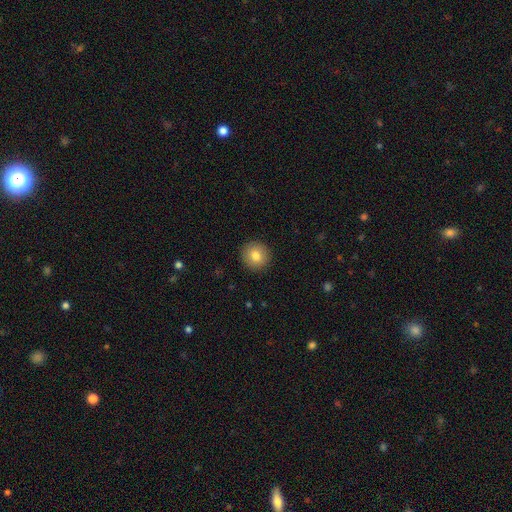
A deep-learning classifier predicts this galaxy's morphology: smooth 81%, featured or disk 10%, star or artifact 9%. Down the decision tree: how rounded — round (93%); merging — none (92%).